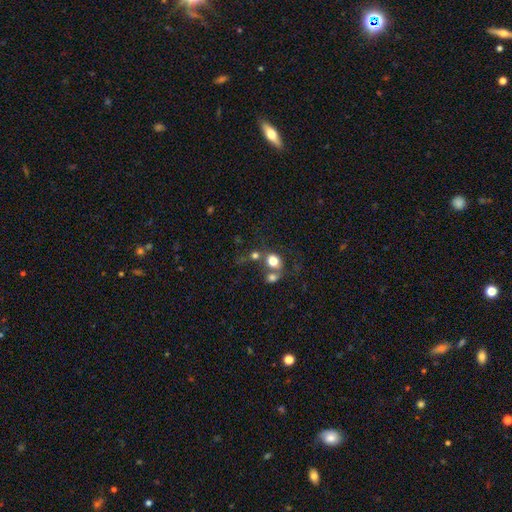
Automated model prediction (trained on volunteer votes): Smooth or featured: smooth — 67% (star or artifact — 21%)
How rounded: round — 74% (in between — 24%)
Merging: none — 48% (merger — 35%)